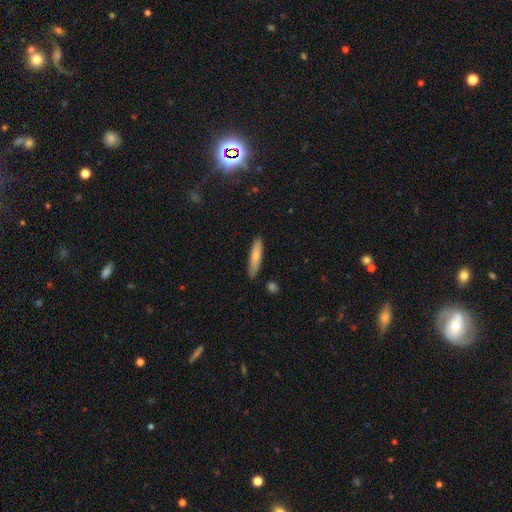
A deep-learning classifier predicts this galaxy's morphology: Smooth or featured? smooth (76%)
How rounded? cigar-shaped (83%)
Merging? none (85%)